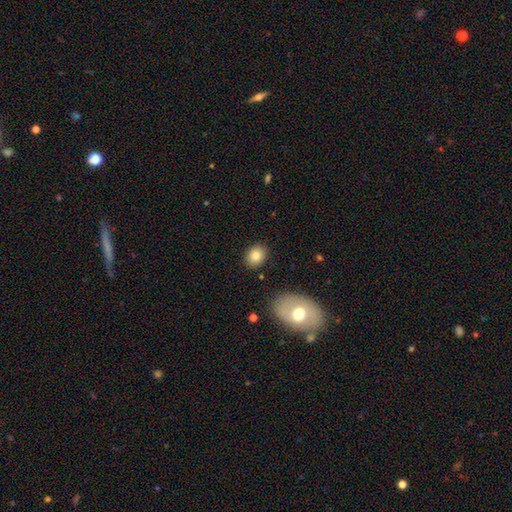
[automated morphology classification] Q: Smooth or featured?
A: smooth (82%); runner-up: featured or disk (9%)
Q: How rounded?
A: in between (52%); runner-up: round (47%)
Q: Merging?
A: none (86%); runner-up: minor disturbance (9%)